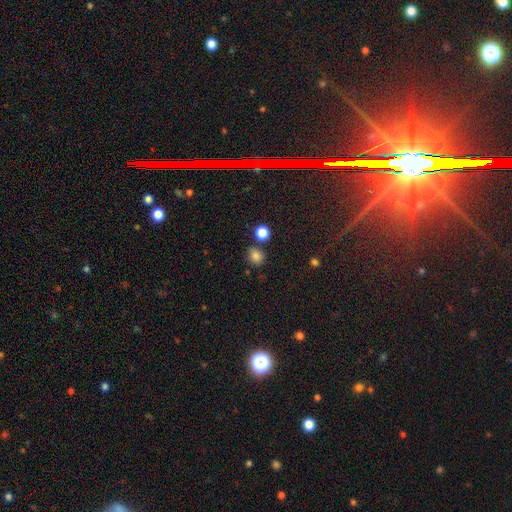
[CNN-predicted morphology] Smooth or featured? smooth (81%)
How rounded? round (74%)
Merging? none (76%)